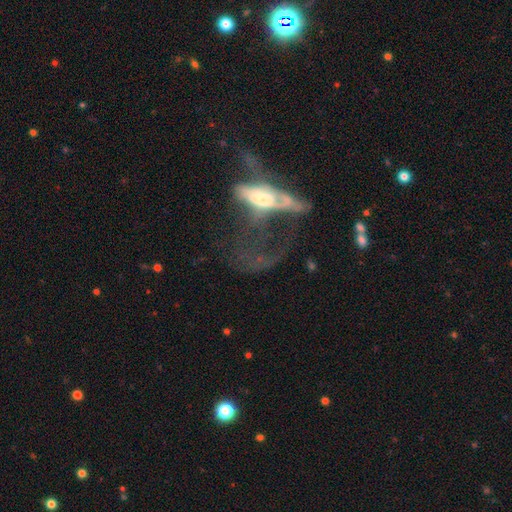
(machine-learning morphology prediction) smooth-or-featured: featured or disk: 60% | smooth: 25% | star or artifact: 15%
  disk-edge-on: no: 70% | yes: 30%
  merging: major disturbance: 59% | merger: 19% | none: 14% | minor disturbance: 9%